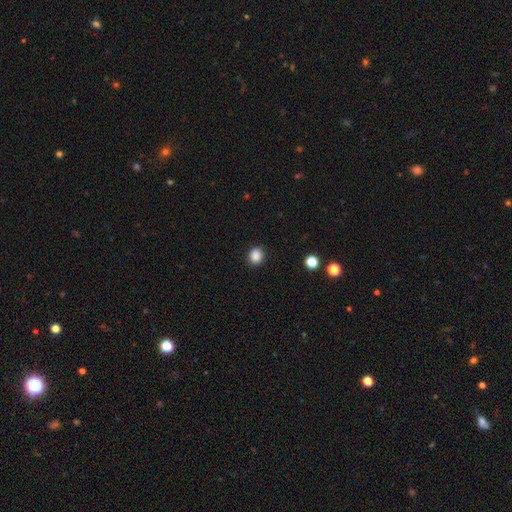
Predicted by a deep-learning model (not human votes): The model was most divided on "how rounded": round: 72%, in between: 27%, cigar-shaped: 1%. More confident: merging — none (89%); smooth or featured — smooth (87%).